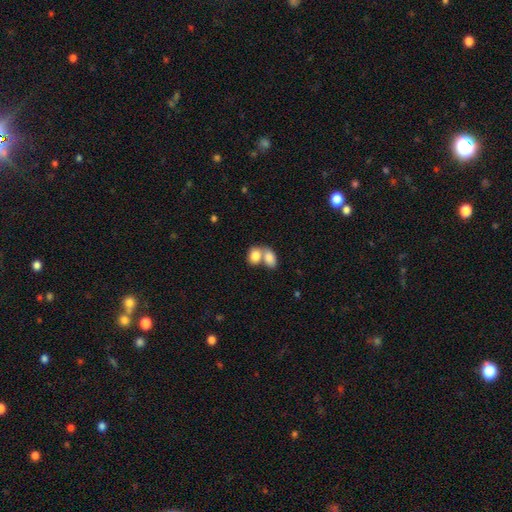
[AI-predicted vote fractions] Smooth or featured? Predicted: smooth (p=0.82). How rounded? Predicted: in between (p=0.74). Merging? Predicted: merger (p=0.67).